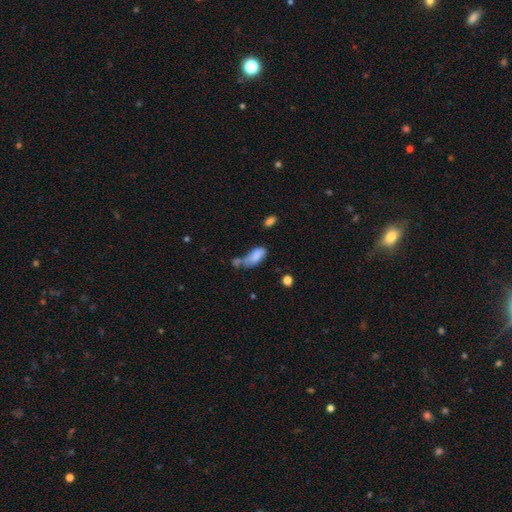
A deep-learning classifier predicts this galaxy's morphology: Smooth or featured?
  - smooth: 80% *
  - featured or disk: 11%
  - star or artifact: 9%
How rounded?
  - in between: 89% *
  - cigar-shaped: 8%
  - round: 3%
Merging?
  - merger: 33% *
  - none: 30%
  - minor disturbance: 22%
  - major disturbance: 15%